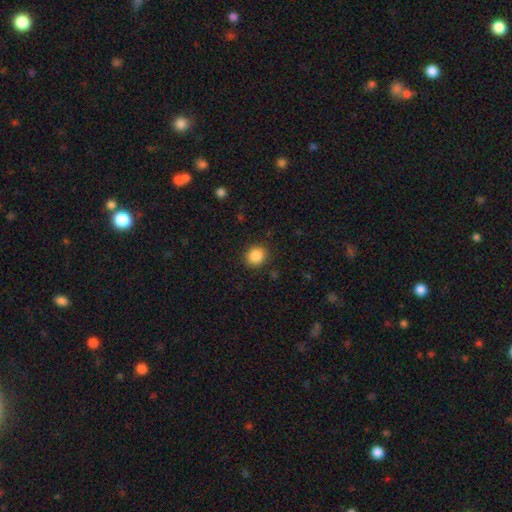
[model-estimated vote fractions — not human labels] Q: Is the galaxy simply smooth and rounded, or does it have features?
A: smooth — 87%.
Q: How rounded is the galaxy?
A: round — 81%.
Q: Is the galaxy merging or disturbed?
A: none — 89%.